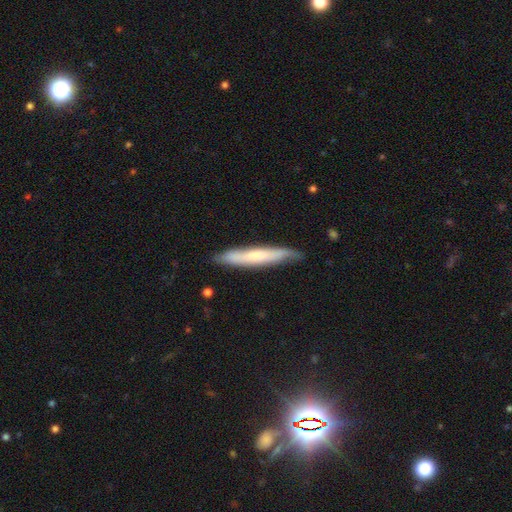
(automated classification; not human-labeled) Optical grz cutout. It shows a smooth galaxy with no disk features (56%) that is cigar-shaped (92%). Merging: none (77%).